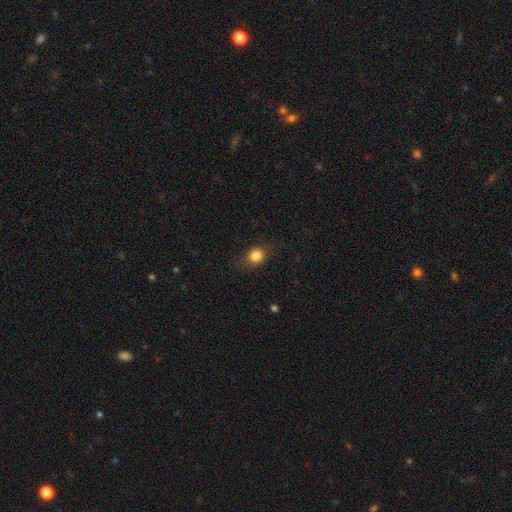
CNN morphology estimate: Smooth or featured?
  - smooth: 83% *
  - star or artifact: 11%
  - featured or disk: 7%
How rounded?
  - round: 59% *
  - in between: 39%
  - cigar-shaped: 2%
Merging?
  - none: 79% *
  - minor disturbance: 15%
  - major disturbance: 5%
  - merger: 1%